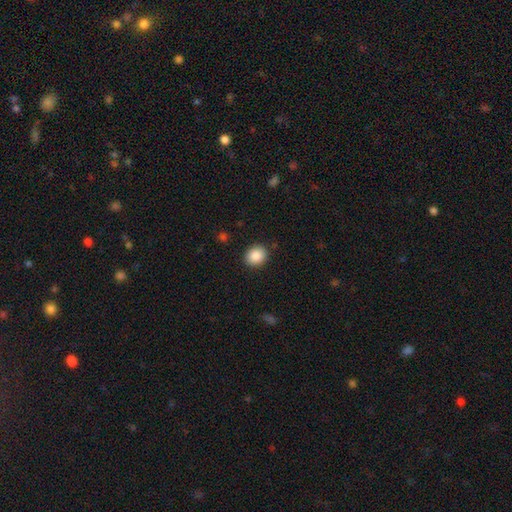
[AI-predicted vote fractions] A smooth galaxy with no disk features (88%) that is round (64%).

Vote fractions:
- Smooth or featured? smooth: 88% / star or artifact: 8% / featured or disk: 4%
- How rounded? round: 64% / in between: 35% / cigar-shaped: 1%
- Merging? none: 89% / minor disturbance: 8% / major disturbance: 2% / merger: 1%